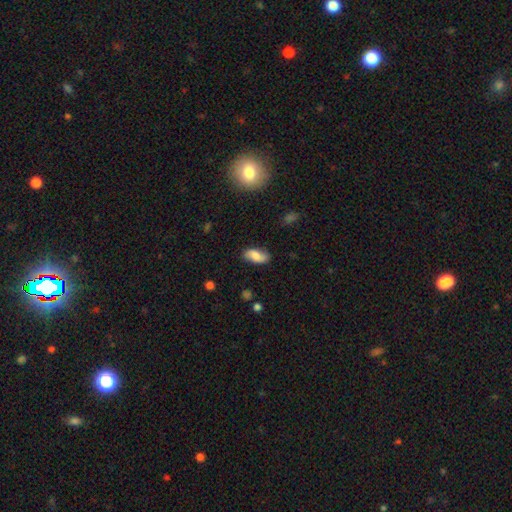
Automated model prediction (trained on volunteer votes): Smooth or featured? Predicted: smooth (p=0.69). How rounded? Predicted: in between (p=0.90). Merging? Predicted: none (p=0.76).